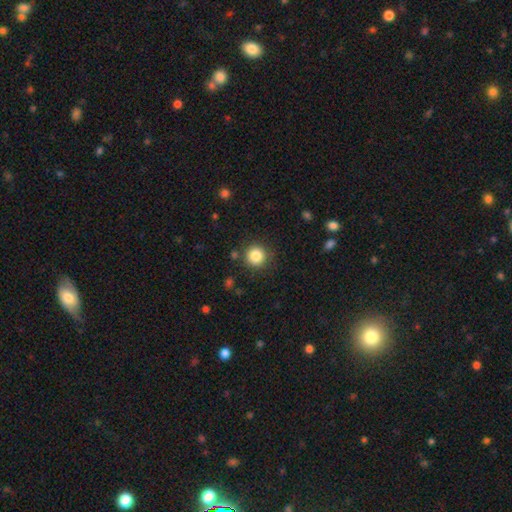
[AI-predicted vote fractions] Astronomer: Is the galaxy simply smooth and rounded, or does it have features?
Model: smooth — 85%.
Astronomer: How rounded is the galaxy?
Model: round — 94%.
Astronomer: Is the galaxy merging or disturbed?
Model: none — 87%.